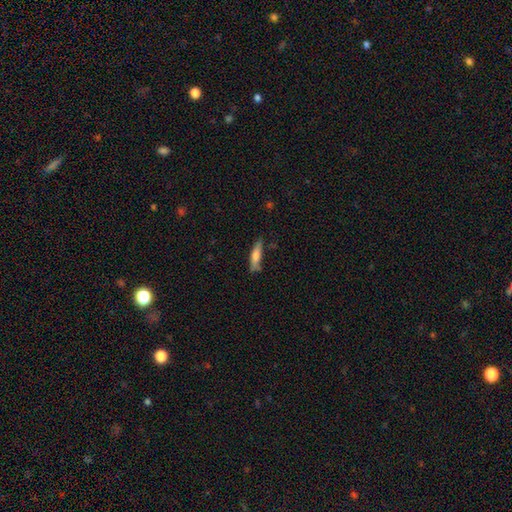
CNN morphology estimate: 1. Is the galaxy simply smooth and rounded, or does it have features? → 69% smooth, 24% featured or disk, 7% star or artifact.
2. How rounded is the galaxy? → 77% cigar-shaped, 21% in between, 2% round.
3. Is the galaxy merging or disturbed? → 68% none, 23% minor disturbance, 6% major disturbance, 4% merger.